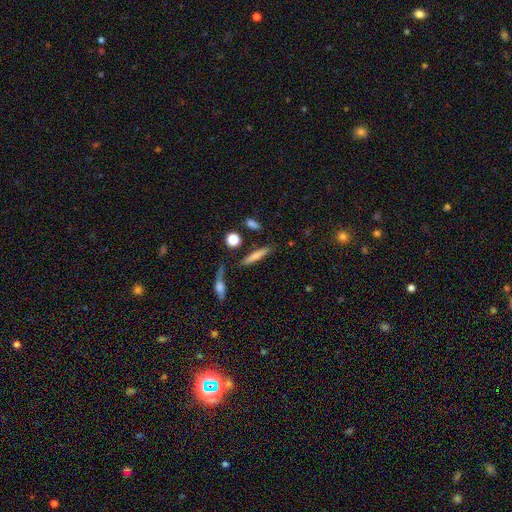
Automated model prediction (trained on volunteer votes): Smooth or featured? smooth (67%)
How rounded? cigar-shaped (83%)
Merging? none (75%)